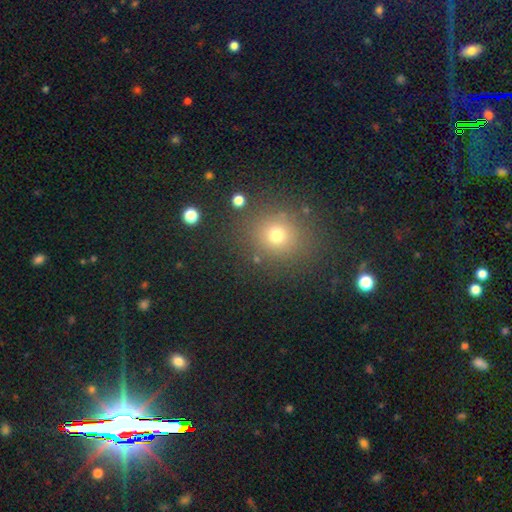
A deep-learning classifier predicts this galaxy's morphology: Overall: smooth (52%; star or artifact 40%). How rounded: round (88%). Merging: none (88%).